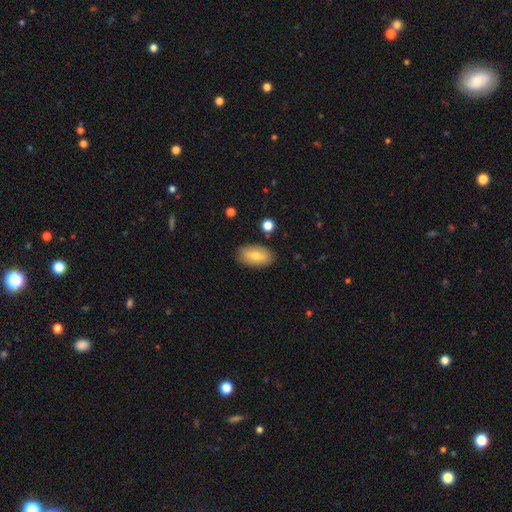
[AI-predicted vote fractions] smooth 71%, featured or disk 22%, star or artifact 7%. Down the decision tree: how rounded — in between (92%); merging — none (85%).